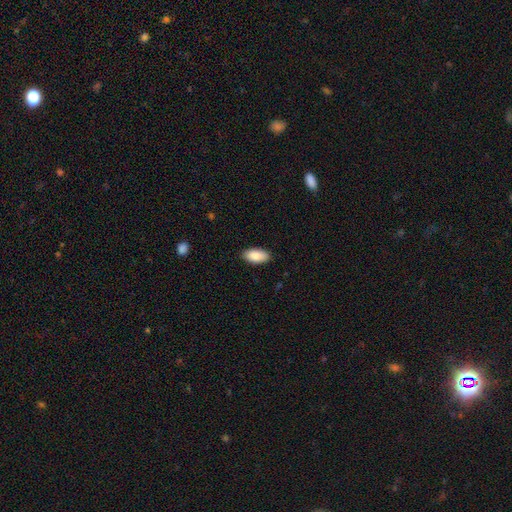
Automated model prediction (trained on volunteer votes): The model was most divided on "merging": none: 87%, minor disturbance: 10%, major disturbance: 2%, merger: 1%. More confident: how rounded — in between (94%); smooth or featured — smooth (89%).